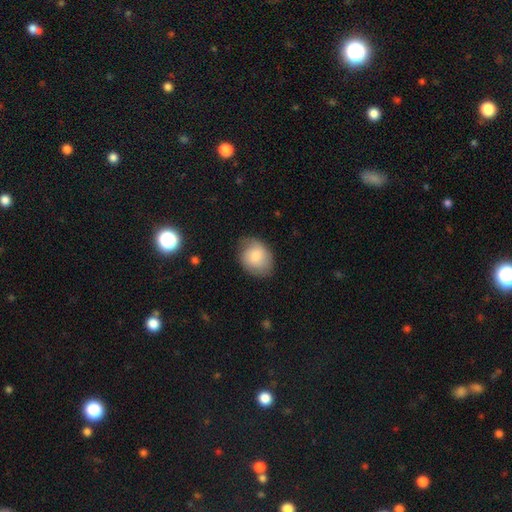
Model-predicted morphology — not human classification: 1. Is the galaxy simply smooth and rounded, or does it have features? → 76% smooth, 17% featured or disk, 7% star or artifact.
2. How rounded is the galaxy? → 57% in between, 42% round, 1% cigar-shaped.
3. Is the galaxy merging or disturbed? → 70% none, 23% minor disturbance, 5% major disturbance, 1% merger.